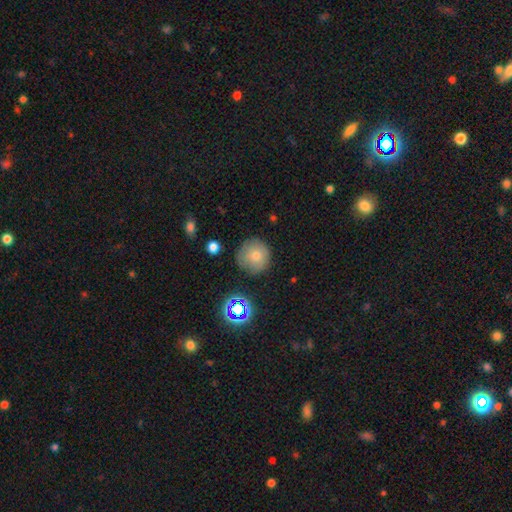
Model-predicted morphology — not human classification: A smooth galaxy with no disk features (74%) that is round (94%).

Vote fractions:
- Smooth or featured? smooth: 74% / featured or disk: 13% / star or artifact: 13%
- How rounded? round: 94% / in between: 5% / cigar-shaped: 1%
- Merging? none: 78% / minor disturbance: 15% / major disturbance: 4% / merger: 3%